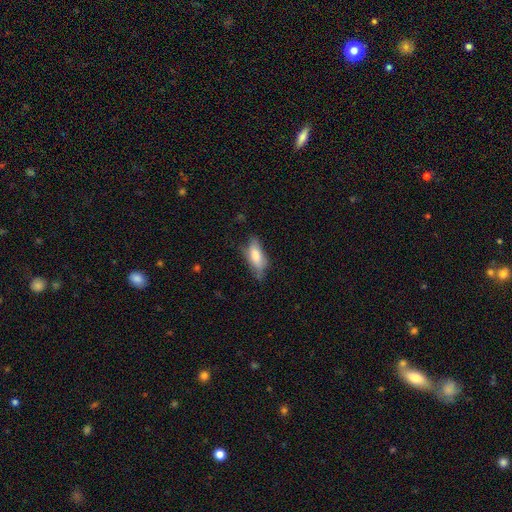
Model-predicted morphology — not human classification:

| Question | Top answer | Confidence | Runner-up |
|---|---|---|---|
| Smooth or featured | smooth | 75% | featured or disk (18%) |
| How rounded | in between | 74% | cigar-shaped (24%) |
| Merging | none | 56% | minor disturbance (32%) |